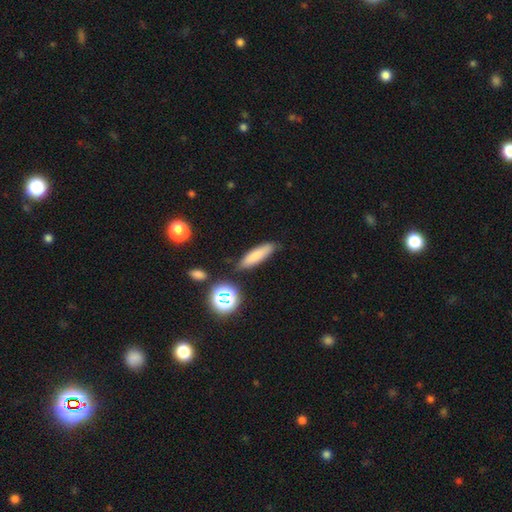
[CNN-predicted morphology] Overall: smooth (78%). How rounded: cigar-shaped (65%; in between 32%). Merging: none (82%).